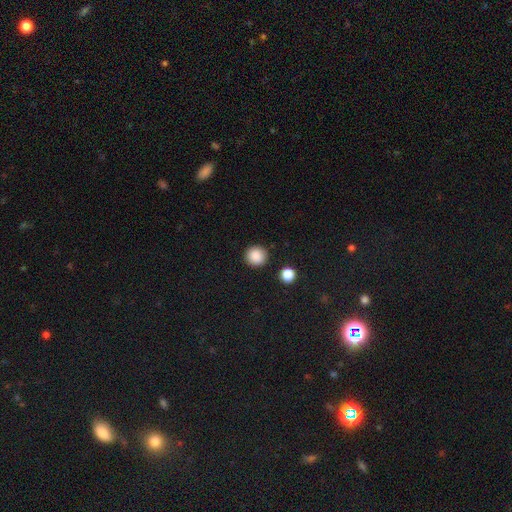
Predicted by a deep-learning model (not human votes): Smooth or featured?
  - smooth: 87% *
  - star or artifact: 9%
  - featured or disk: 3%
How rounded?
  - round: 94% *
  - in between: 5%
  - cigar-shaped: 1%
Merging?
  - none: 90% *
  - minor disturbance: 6%
  - merger: 2%
  - major disturbance: 2%